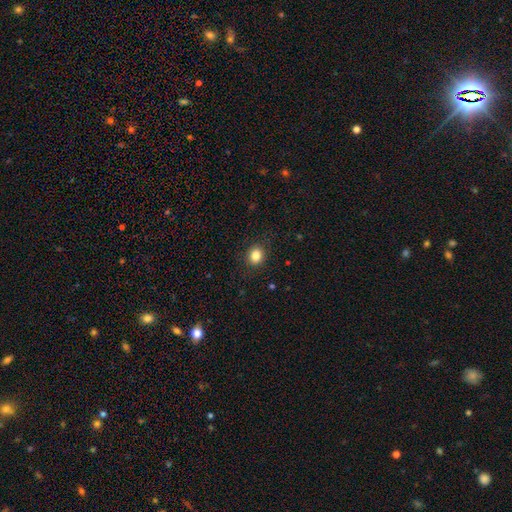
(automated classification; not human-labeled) Q: Smooth or featured?
A: smooth (84%); runner-up: star or artifact (11%)
Q: How rounded?
A: round (73%); runner-up: in between (26%)
Q: Merging?
A: none (88%); runner-up: minor disturbance (8%)